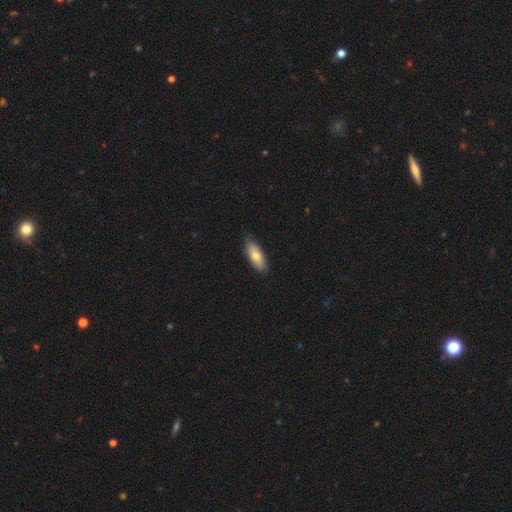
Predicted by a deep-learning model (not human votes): This appears to be a smooth galaxy with no disk features (73%) that is in between round and cigar-shaped (77%). Merging: none (83%).